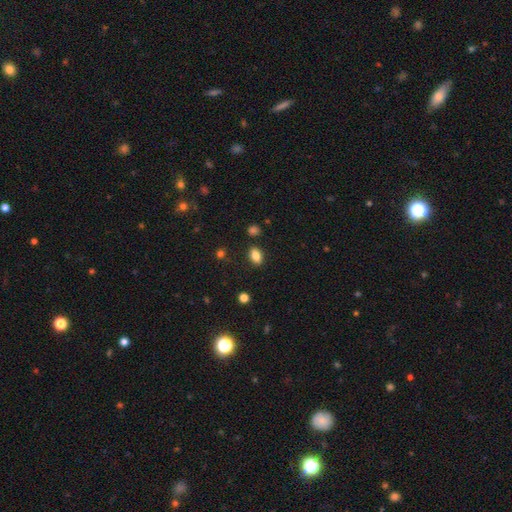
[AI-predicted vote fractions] smooth_or_featured: smooth (p=0.83) [alt: star or artifact p=0.10]
how_rounded: in between (p=0.87) [alt: round p=0.10]
merging: none (p=0.86) [alt: minor disturbance p=0.10]